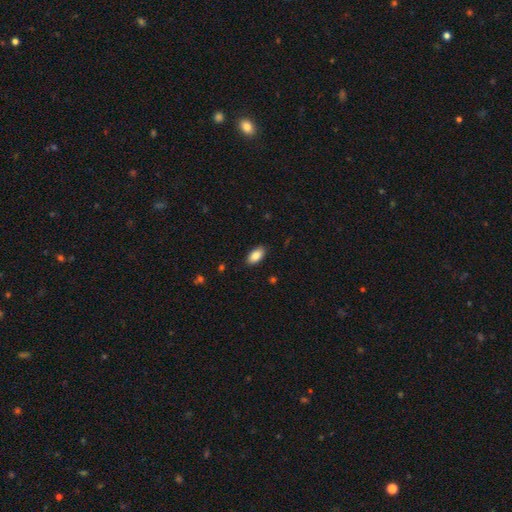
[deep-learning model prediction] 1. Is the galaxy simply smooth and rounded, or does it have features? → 87% smooth, 7% star or artifact, 6% featured or disk.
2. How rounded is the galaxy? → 94% in between, 3% cigar-shaped, 3% round.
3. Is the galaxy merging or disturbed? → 88% none, 9% minor disturbance, 2% major disturbance, 1% merger.